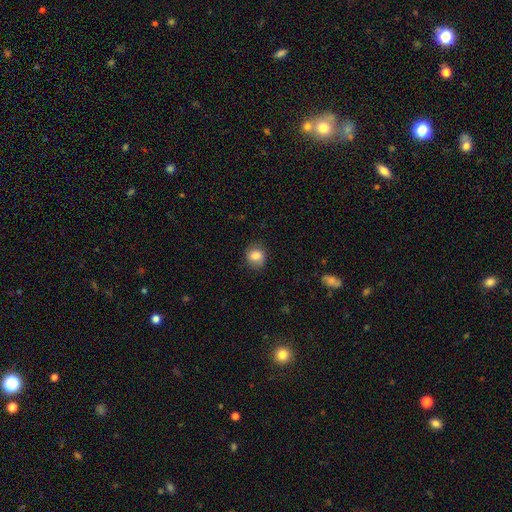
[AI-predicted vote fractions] Morphology: type=smooth (82%); roundness=round (76%); merging=none (81%).